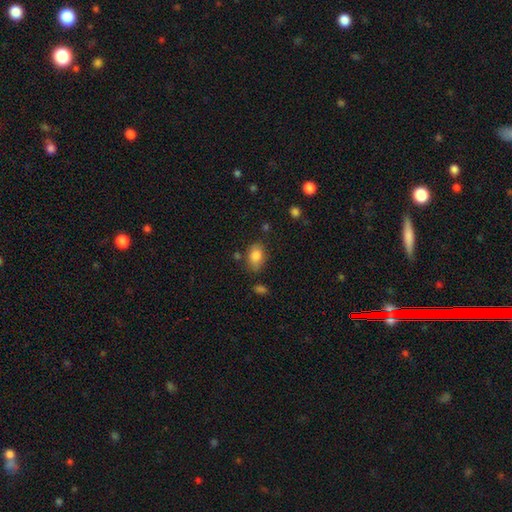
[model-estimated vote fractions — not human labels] The model was most divided on "merging": none: 69%, minor disturbance: 21%, major disturbance: 6%, merger: 5%. More confident: smooth or featured — smooth (84%); how rounded — in between (81%).